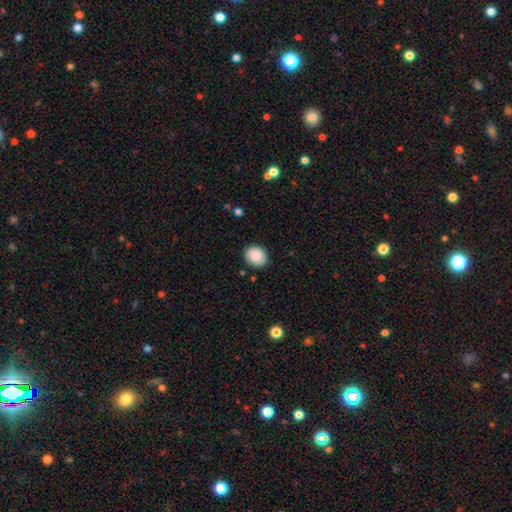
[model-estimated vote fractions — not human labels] This is clearly a smooth galaxy (86%). How rounded: likely round (70%). Merging: clearly none (88%).